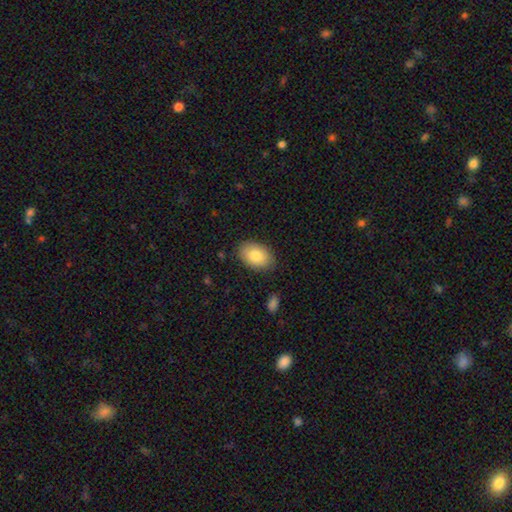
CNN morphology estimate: Q: Smooth or featured?
A: smooth (84%); runner-up: featured or disk (10%)
Q: How rounded?
A: in between (89%); runner-up: round (10%)
Q: Merging?
A: none (85%); runner-up: minor disturbance (11%)